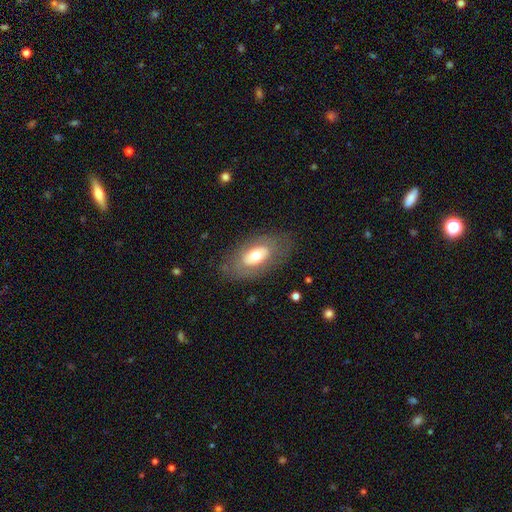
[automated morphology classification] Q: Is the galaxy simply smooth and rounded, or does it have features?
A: smooth — 53%.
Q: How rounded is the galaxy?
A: in between — 90%.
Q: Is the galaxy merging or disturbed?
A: none — 77%.